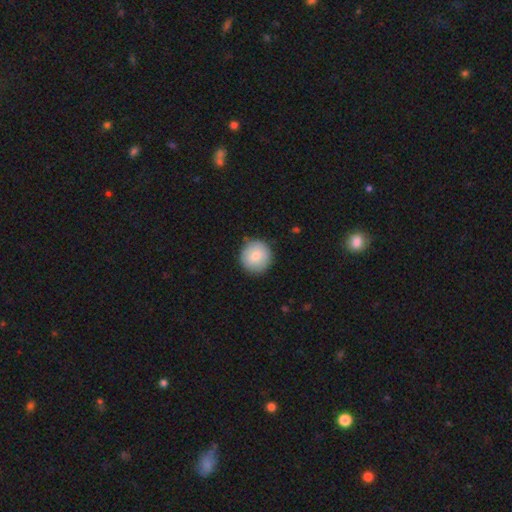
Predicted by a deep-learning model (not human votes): This appears to be a smooth galaxy with no disk features (80%) that is round (95%). Merging: none (88%).